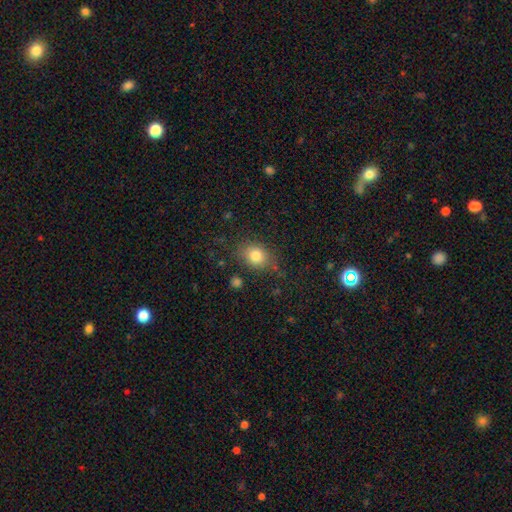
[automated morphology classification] type=smooth (80%); roundness=in between (50%); merging=none (74%).